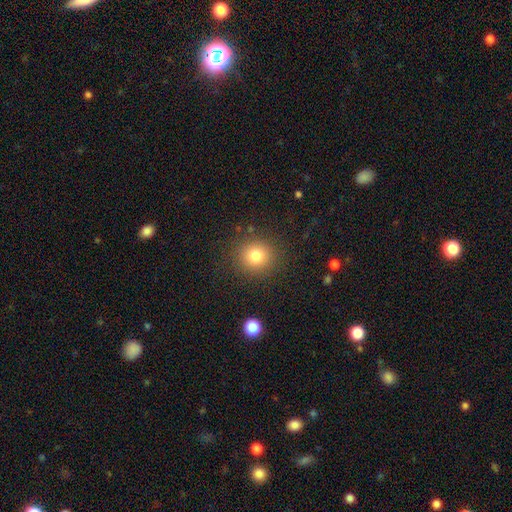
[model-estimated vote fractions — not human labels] This is likely a smooth galaxy (80%). How rounded: clearly round (89%). Merging: clearly none (88%).